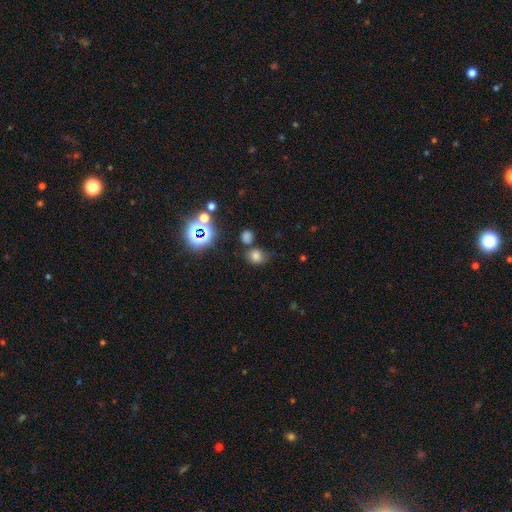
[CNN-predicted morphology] A smooth galaxy with no disk features (70%) that is round (66%). Merging: none (65%).